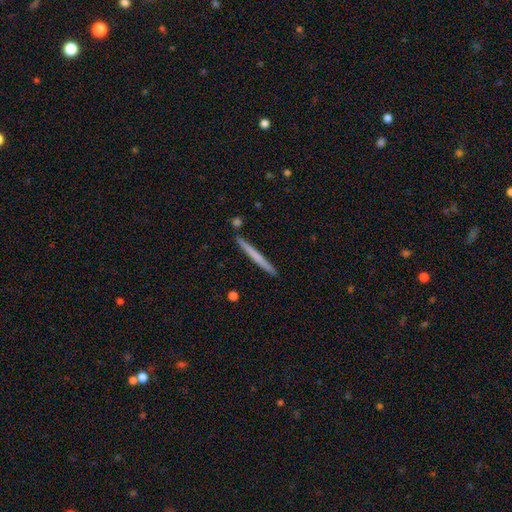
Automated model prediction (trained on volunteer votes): This appears to be a smooth galaxy with no disk features (59%) that is cigar-shaped (97%). Merging: none (91%).